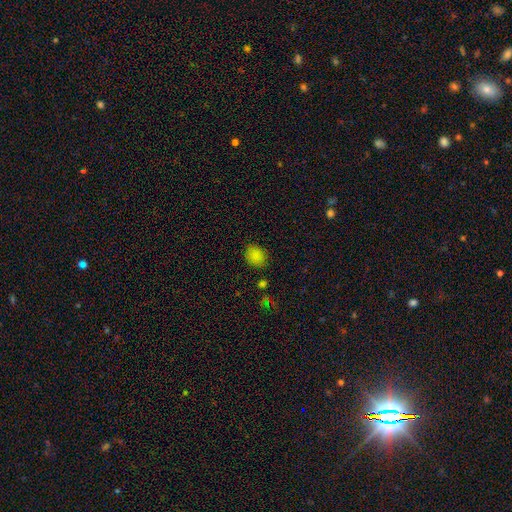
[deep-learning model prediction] A smooth galaxy with no disk features (83%) that is round (51%).

Vote fractions:
- Smooth or featured? smooth: 83% / star or artifact: 13% / featured or disk: 4%
- How rounded? round: 51% / in between: 48% / cigar-shaped: 1%
- Merging? none: 81% / minor disturbance: 13% / major disturbance: 3% / merger: 3%